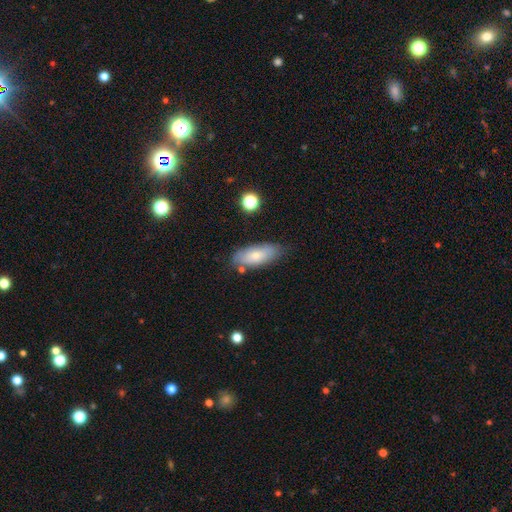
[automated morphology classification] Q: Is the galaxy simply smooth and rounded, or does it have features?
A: smooth — 67%.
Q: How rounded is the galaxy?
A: in between — 81%.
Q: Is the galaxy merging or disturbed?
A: none — 72%.